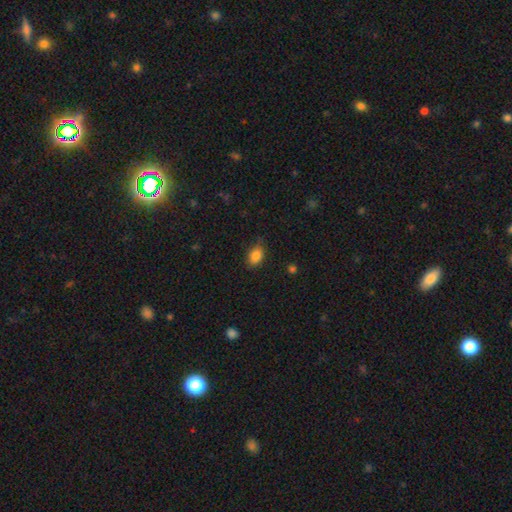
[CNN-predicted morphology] The model was most divided on "merging": none: 75%, minor disturbance: 20%, major disturbance: 4%, merger: 1%. More confident: smooth or featured — smooth (85%); how rounded — in between (77%).